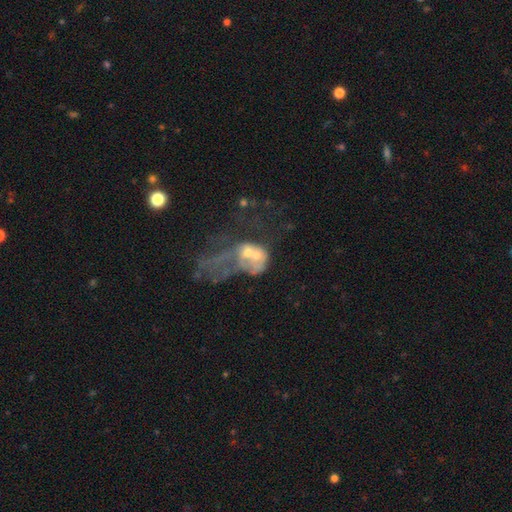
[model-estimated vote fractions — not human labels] A featured or disk galaxy (53%) with no bar (89%), no spiral arms (87%) and a moderate central bulge (43%).

Vote fractions:
- Smooth or featured? featured or disk: 53% / smooth: 31% / star or artifact: 16%
- Edge-on disk? no: 96% / yes: 4%
- Bar? no: 89% / weak: 8% / strong: 3%
- Spiral arms? no: 87% / yes: 13%
- Bulge size? moderate: 43% / small: 29% / none: 20% / large: 6% / dominant: 2%
- Merging? merger: 54% / major disturbance: 31% / none: 9% / minor disturbance: 6%